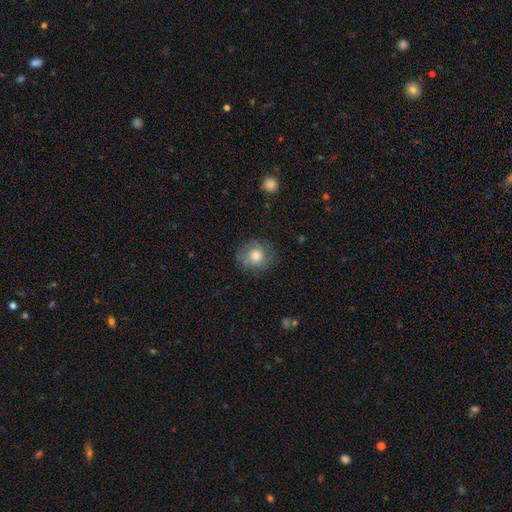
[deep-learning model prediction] Smooth or featured?
  - smooth: 61% *
  - featured or disk: 30%
  - star or artifact: 9%
How rounded?
  - round: 87% *
  - in between: 12%
  - cigar-shaped: 1%
Merging?
  - none: 77% *
  - minor disturbance: 16%
  - major disturbance: 6%
  - merger: 1%